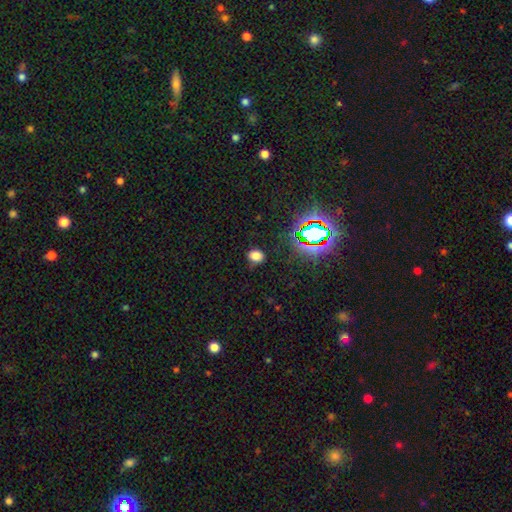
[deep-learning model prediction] smooth 72%, star or artifact 22%, featured or disk 6%. Down the decision tree: how rounded — round (52%); merging — none (79%).